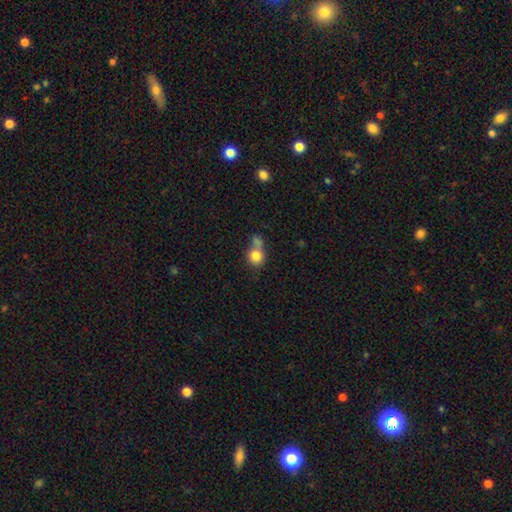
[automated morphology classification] Smooth or featured? Predicted: smooth (p=0.81). How rounded? Predicted: round (p=0.79). Merging? Predicted: none (p=0.40).